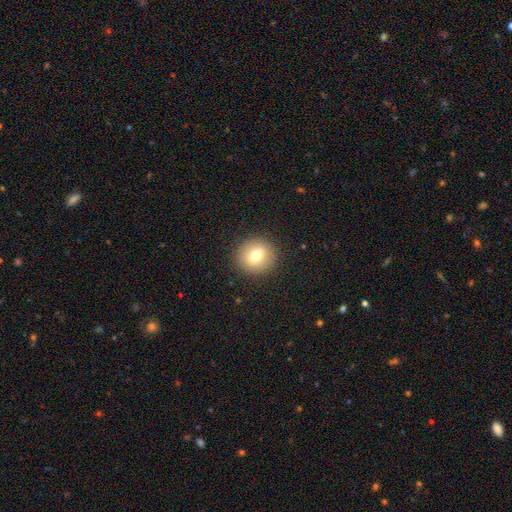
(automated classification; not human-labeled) A smooth galaxy with no disk features (73%) that is round (89%). Merging: none (90%).